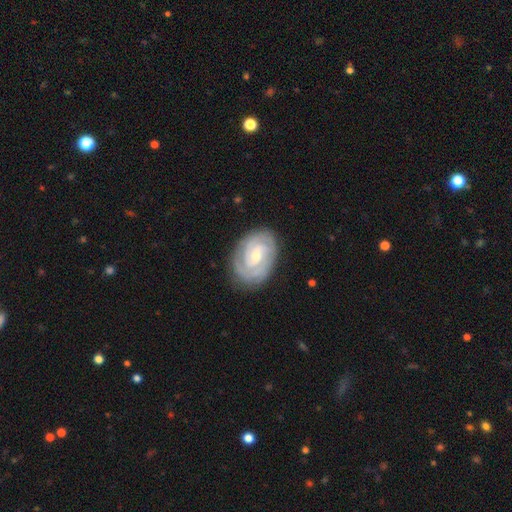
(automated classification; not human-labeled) Overall: featured or disk (86%). Edge-on disk: no (97%). Bar: no (45%; weak 44%). Spiral arms: yes (97%). Spiral arm count: 2 (51%; 3 20%). Spiral winding: tight (75%). Bulge size: small (53%; moderate 42%). Merging: none (82%).